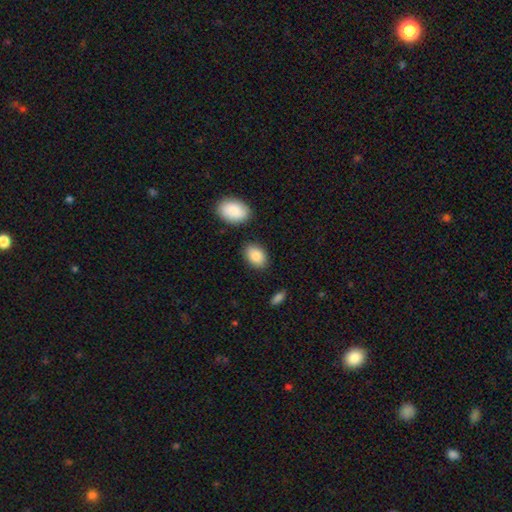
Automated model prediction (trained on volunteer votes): Q: Smooth or featured?
A: smooth (86%); runner-up: star or artifact (7%)
Q: How rounded?
A: in between (86%); runner-up: round (13%)
Q: Merging?
A: none (82%); runner-up: minor disturbance (11%)